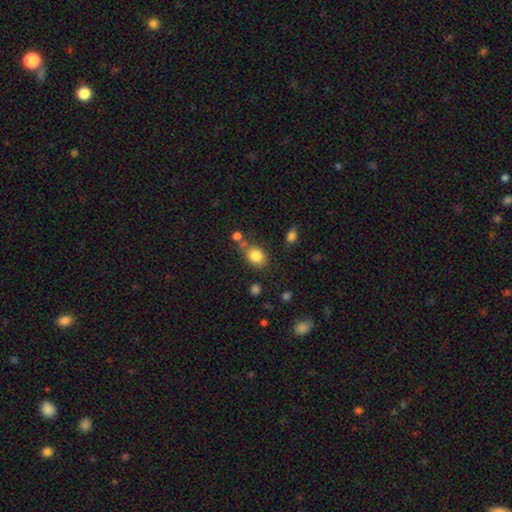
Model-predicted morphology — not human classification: The model was most divided on "how rounded": in between: 59%, round: 40%, cigar-shaped: 1%. More confident: smooth or featured — smooth (83%); merging — none (66%).